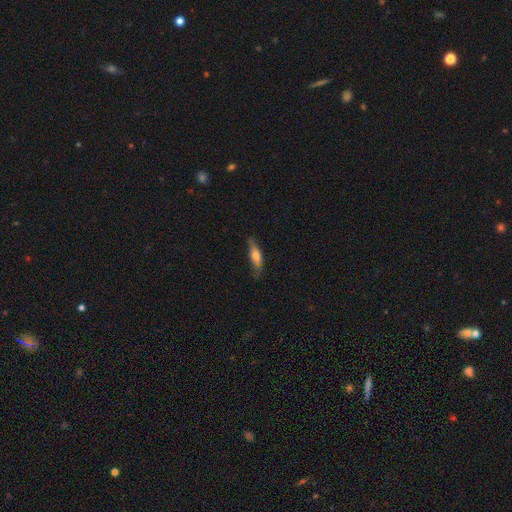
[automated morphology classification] Smooth or featured?
  - smooth: 60% *
  - featured or disk: 33%
  - star or artifact: 7%
How rounded?
  - cigar-shaped: 61% *
  - in between: 37%
  - round: 2%
Merging?
  - none: 63% *
  - minor disturbance: 26%
  - major disturbance: 9%
  - merger: 2%